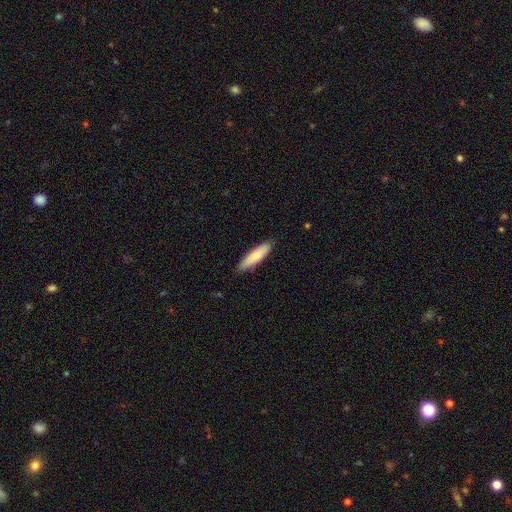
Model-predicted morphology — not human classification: Overall: smooth (75%). How rounded: cigar-shaped (68%; in between 31%). Merging: none (87%).